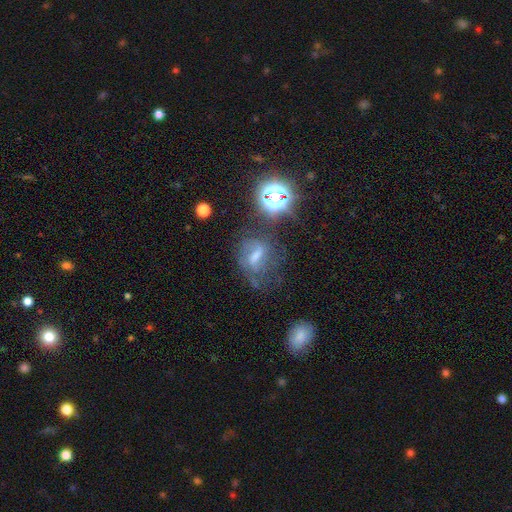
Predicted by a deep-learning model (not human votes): featured or disk 46%, star or artifact 30%, smooth 24%. Down the decision tree: merging — none (53%).